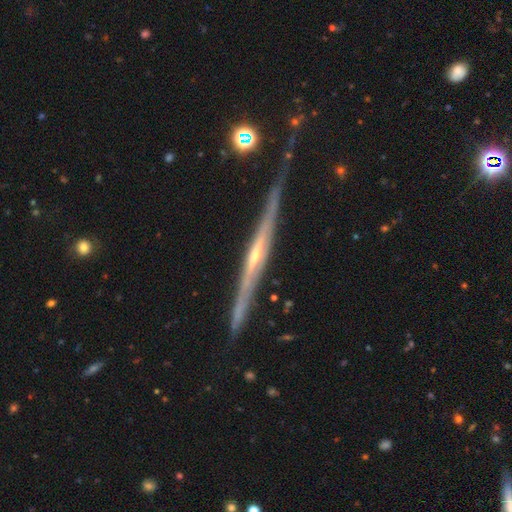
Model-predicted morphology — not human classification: Q: Smooth or featured?
A: featured or disk (84%); runner-up: smooth (10%)
Q: Edge-on disk?
A: yes (97%); runner-up: no (3%)
Q: Edge-on bulge?
A: rounded (57%); runner-up: none (36%)
Q: Merging?
A: none (78%); runner-up: minor disturbance (16%)